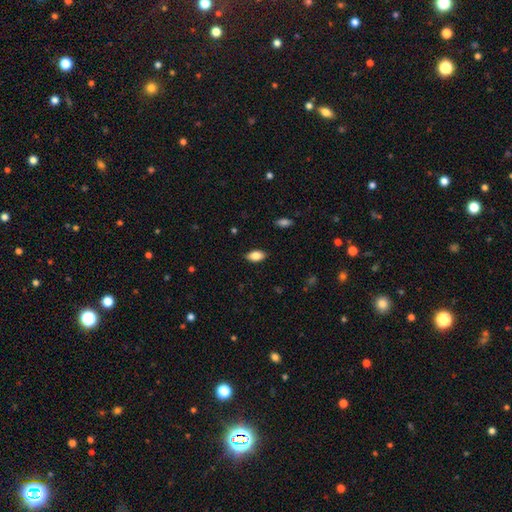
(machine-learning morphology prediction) This is clearly a smooth galaxy (83%). How rounded: clearly in between (92%). Merging: clearly none (87%).